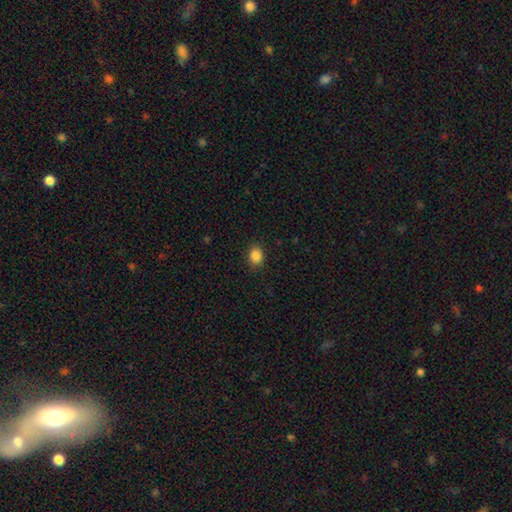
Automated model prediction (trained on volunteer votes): smooth_or_featured: smooth (p=0.86) [alt: star or artifact p=0.10]
how_rounded: round (p=0.55) [alt: in between p=0.44]
merging: none (p=0.88) [alt: minor disturbance p=0.08]